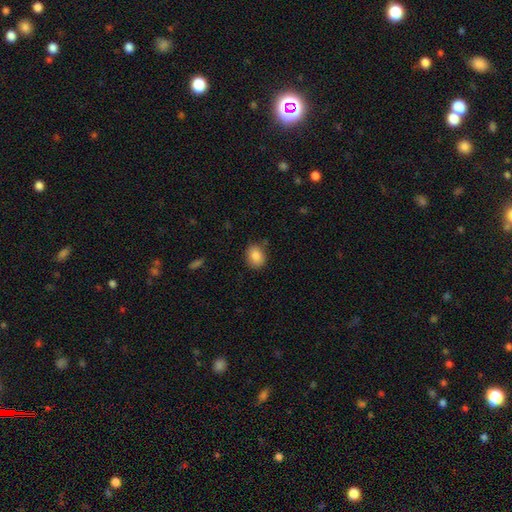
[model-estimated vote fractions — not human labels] Smooth or featured? Predicted: smooth (p=0.85). How rounded? Predicted: round (p=0.51). Merging? Predicted: none (p=0.81).